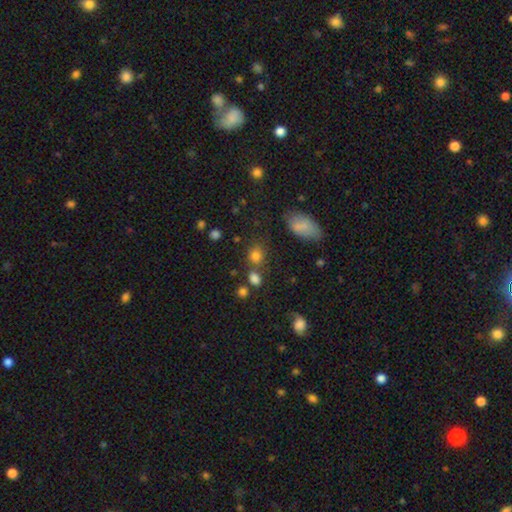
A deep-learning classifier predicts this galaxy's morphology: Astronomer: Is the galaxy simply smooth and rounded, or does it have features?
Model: smooth — 76%.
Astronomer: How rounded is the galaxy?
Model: round — 64%.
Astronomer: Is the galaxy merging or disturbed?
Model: none — 62%.